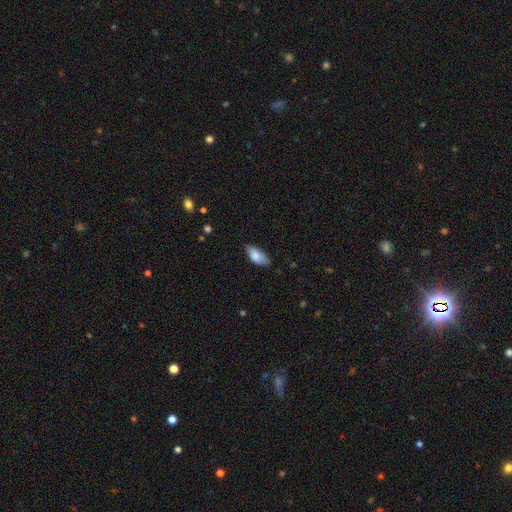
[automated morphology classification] Smooth or featured?
  - smooth: 82% *
  - featured or disk: 11%
  - star or artifact: 6%
How rounded?
  - in between: 90% *
  - cigar-shaped: 8%
  - round: 2%
Merging?
  - none: 72% *
  - minor disturbance: 23%
  - major disturbance: 4%
  - merger: 1%